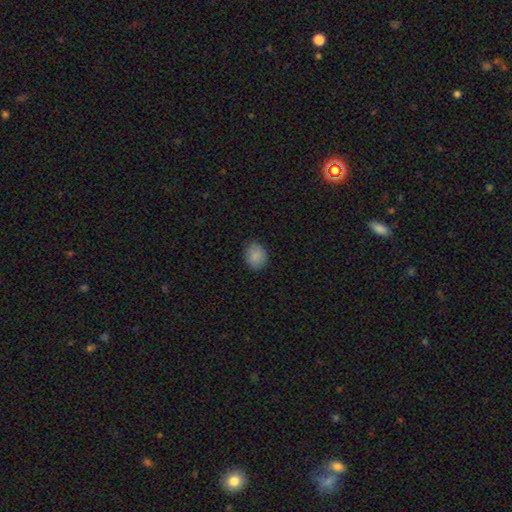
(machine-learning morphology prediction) Smooth or featured? smooth (88%)
How rounded? round (56%)
Merging? none (86%)